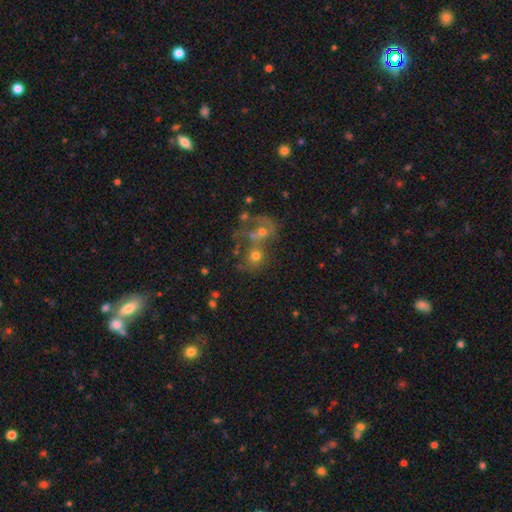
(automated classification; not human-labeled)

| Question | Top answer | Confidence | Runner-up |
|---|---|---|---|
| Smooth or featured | smooth | 48% | featured or disk (36%) |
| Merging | merger | 58% | none (23%) |